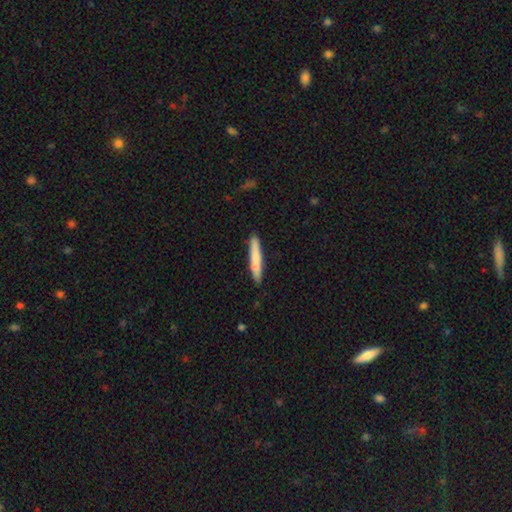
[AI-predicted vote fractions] Smooth or featured? Predicted: smooth (p=0.70). How rounded? Predicted: cigar-shaped (p=0.93). Merging? Predicted: none (p=0.83).